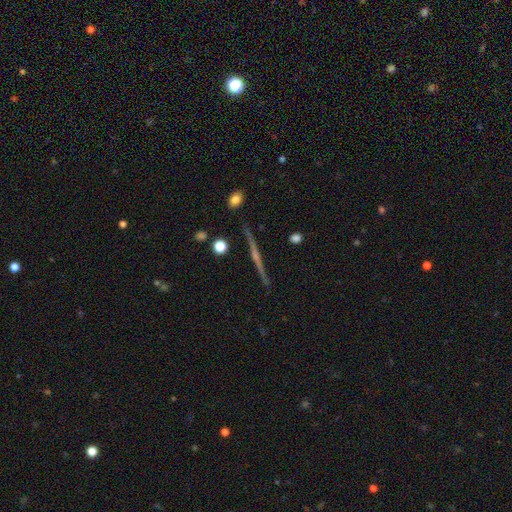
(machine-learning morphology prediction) Smooth or featured? featured or disk (80%)
Edge-on disk? yes (98%)
Edge-on bulge? rounded (68%)
Merging? none (91%)